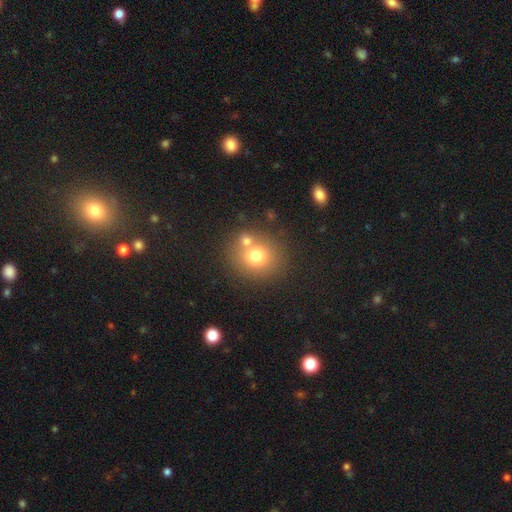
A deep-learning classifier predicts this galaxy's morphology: Smooth or featured? Predicted: smooth (p=0.73). How rounded? Predicted: round (p=0.82). Merging? Predicted: none (p=0.60).